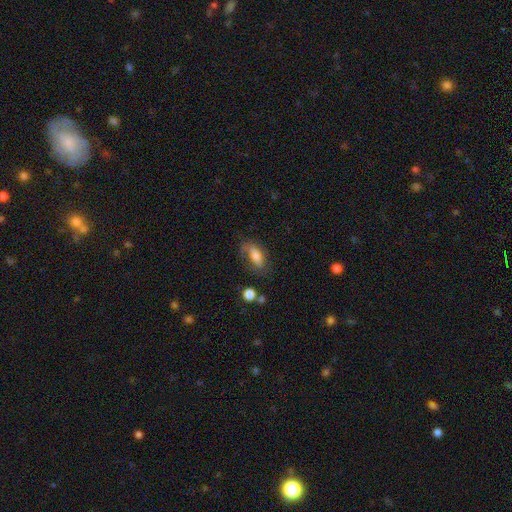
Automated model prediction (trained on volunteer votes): Smooth or featured? Predicted: smooth (p=0.62). How rounded? Predicted: in between (p=0.79). Merging? Predicted: none (p=0.57).